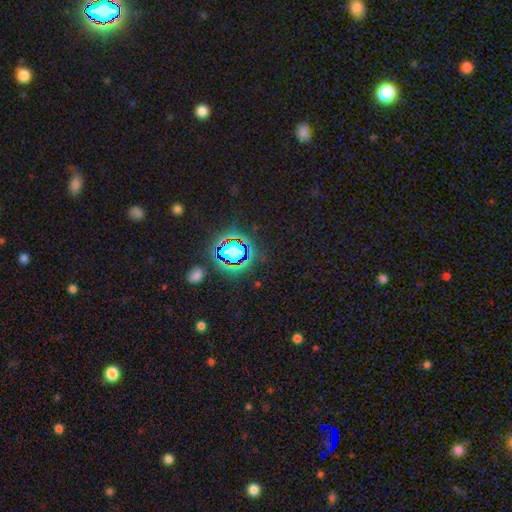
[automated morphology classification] This appears to be a star or artifact, not a galaxy (79%).